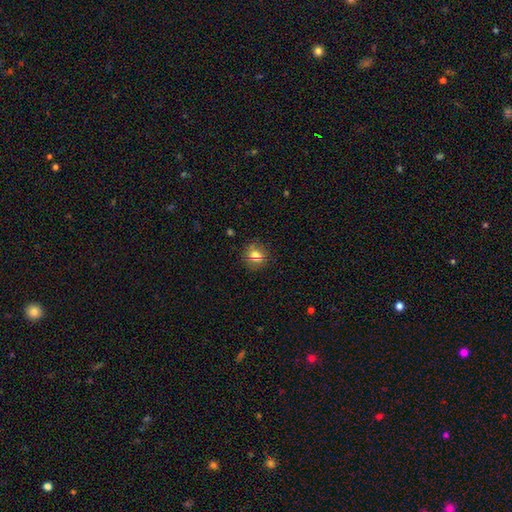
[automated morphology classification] A smooth galaxy with no disk features (74%) that is round (80%). Merging: none (85%).